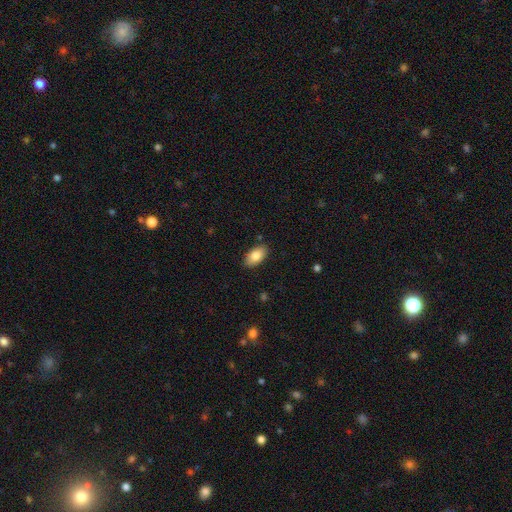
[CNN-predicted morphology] A smooth galaxy with no disk features (83%) that is in between round and cigar-shaped (94%).

Vote fractions:
- Smooth or featured? smooth: 83% / featured or disk: 10% / star or artifact: 7%
- How rounded? in between: 94% / round: 4% / cigar-shaped: 3%
- Merging? none: 87% / minor disturbance: 9% / major disturbance: 2% / merger: 1%